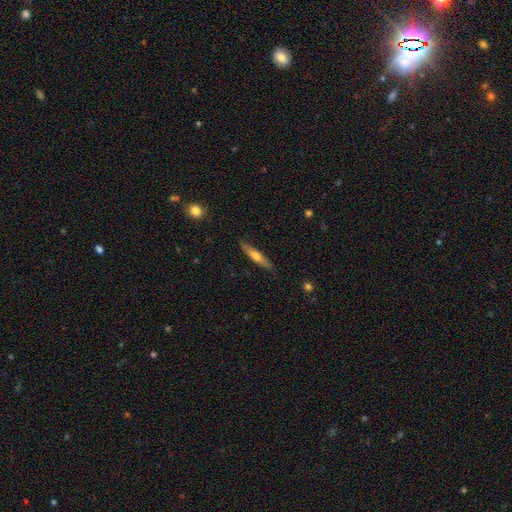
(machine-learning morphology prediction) smooth_or_featured: smooth (p=0.48) [alt: featured or disk p=0.46]
merging: none (p=0.87) [alt: minor disturbance p=0.10]